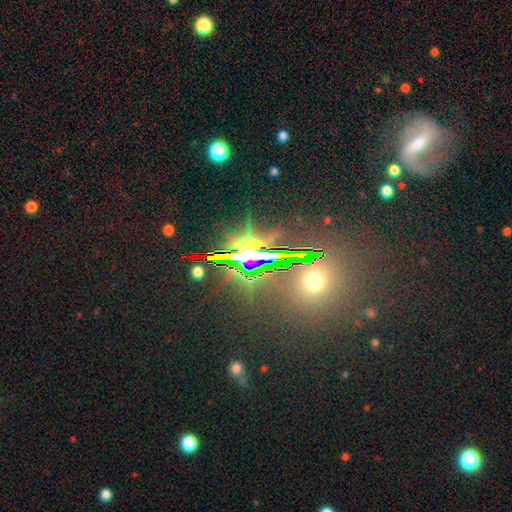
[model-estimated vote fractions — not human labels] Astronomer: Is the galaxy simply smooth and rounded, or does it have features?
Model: star or artifact — 80%.